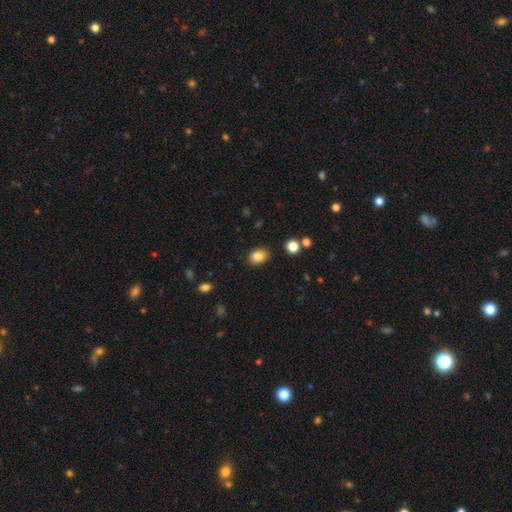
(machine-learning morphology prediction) This is clearly a smooth galaxy (86%). How rounded: likely in between (70%). Merging: clearly none (82%).